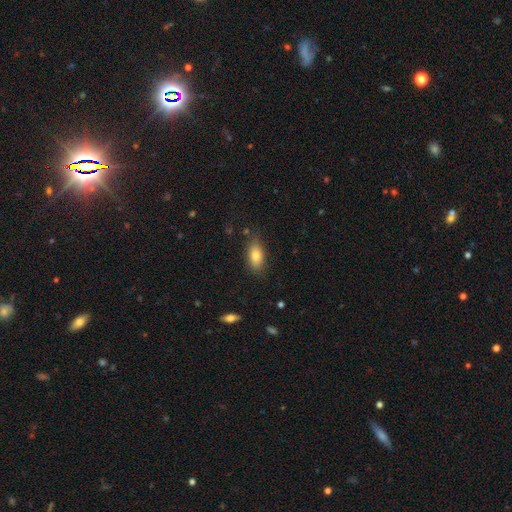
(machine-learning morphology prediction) Overall: smooth (81%). How rounded: in between (88%). Merging: none (78%).